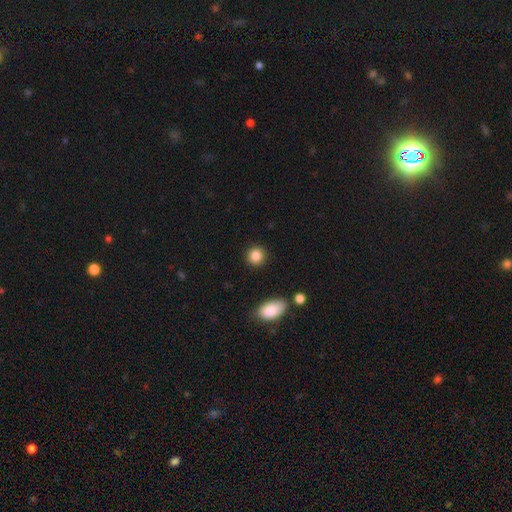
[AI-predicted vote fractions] This appears to be a smooth galaxy with no disk features (87%) that is round (86%). Merging: none (89%).